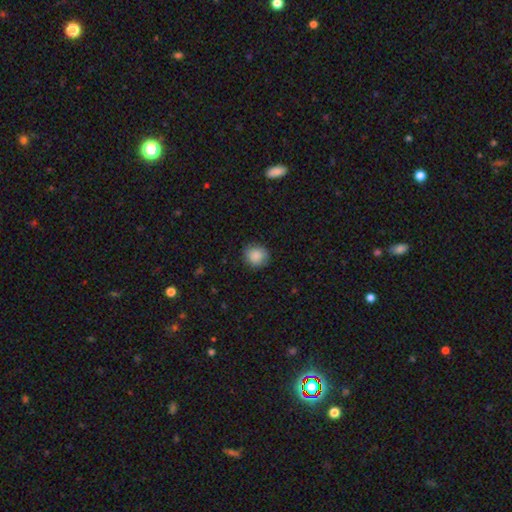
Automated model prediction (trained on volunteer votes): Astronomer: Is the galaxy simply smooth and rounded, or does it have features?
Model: smooth — 88%.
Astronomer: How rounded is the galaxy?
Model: round — 88%.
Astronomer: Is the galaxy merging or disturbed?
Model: none — 86%.